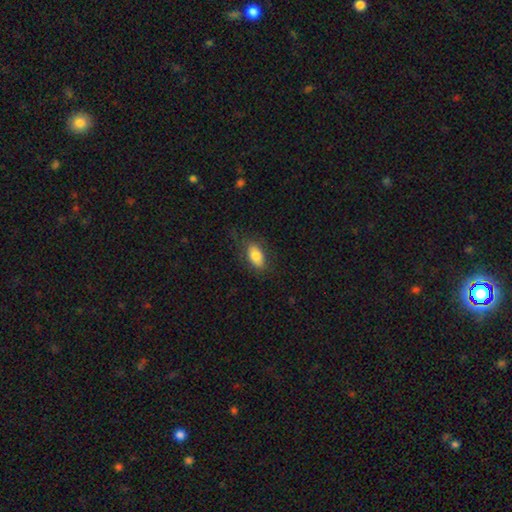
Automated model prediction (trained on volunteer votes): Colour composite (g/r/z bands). It shows a smooth galaxy with no disk features (79%) that is in between round and cigar-shaped (89%). Merging: none (73%).